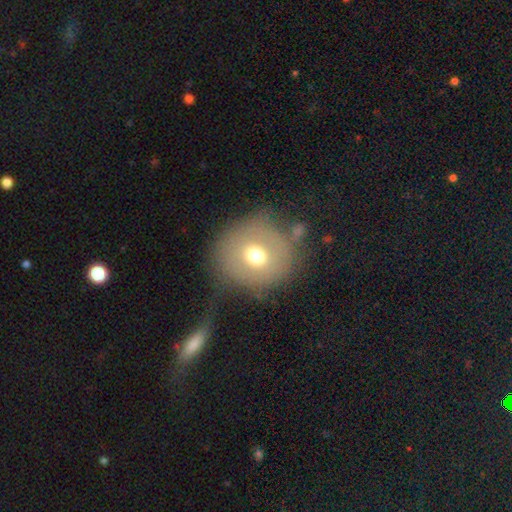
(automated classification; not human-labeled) Q: Smooth or featured?
A: smooth (63%); runner-up: featured or disk (25%)
Q: How rounded?
A: round (87%); runner-up: in between (12%)
Q: Merging?
A: none (66%); runner-up: minor disturbance (16%)